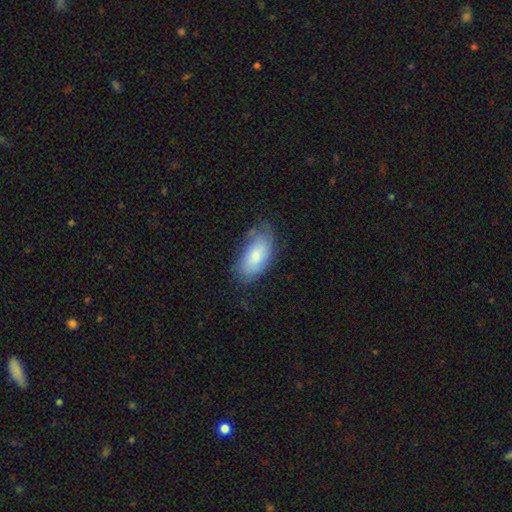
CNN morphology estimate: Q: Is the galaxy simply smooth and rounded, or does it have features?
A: smooth — 76%.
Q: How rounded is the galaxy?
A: in between — 92%.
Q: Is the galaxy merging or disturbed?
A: none — 62%.